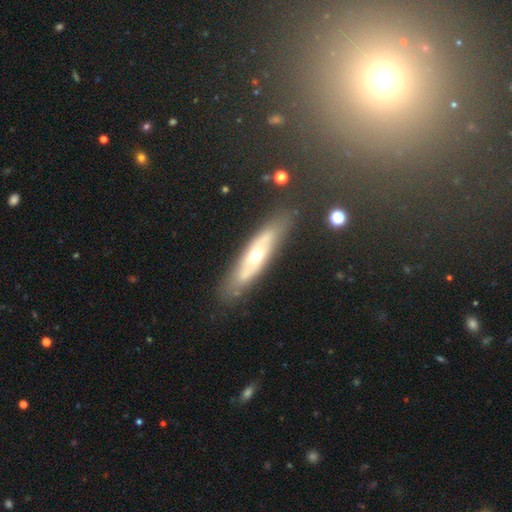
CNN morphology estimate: A featured or disk galaxy (62%) viewed edge-on (54%).

Vote fractions:
- Smooth or featured? featured or disk: 62% / smooth: 30% / star or artifact: 8%
- Edge-on disk? yes: 54% / no: 46%
- Merging? none: 82% / minor disturbance: 13% / major disturbance: 4% / merger: 2%